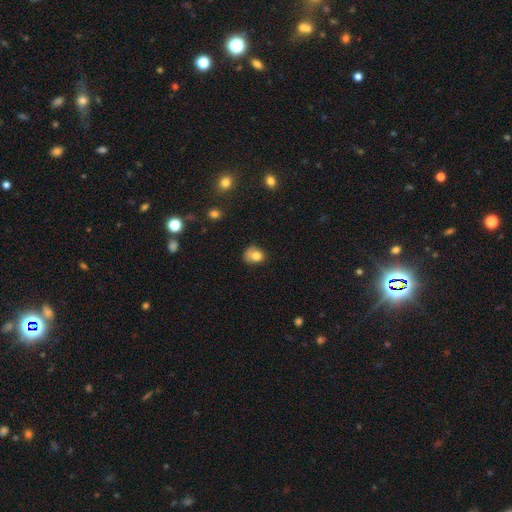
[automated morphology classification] The model was most divided on "how rounded": round: 51%, in between: 48%, cigar-shaped: 1%. Remaining: smooth or featured — smooth (78%); merging — none (40%).